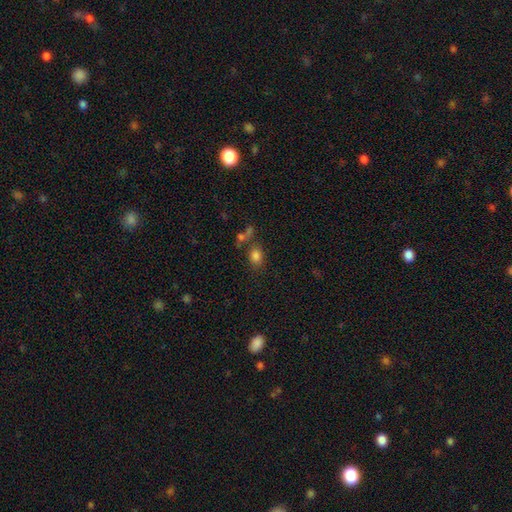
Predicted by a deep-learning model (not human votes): Smooth or featured?
  - smooth: 80% *
  - star or artifact: 13%
  - featured or disk: 7%
How rounded?
  - in between: 66% *
  - round: 32%
  - cigar-shaped: 2%
Merging?
  - none: 62% *
  - merger: 18%
  - minor disturbance: 14%
  - major disturbance: 7%